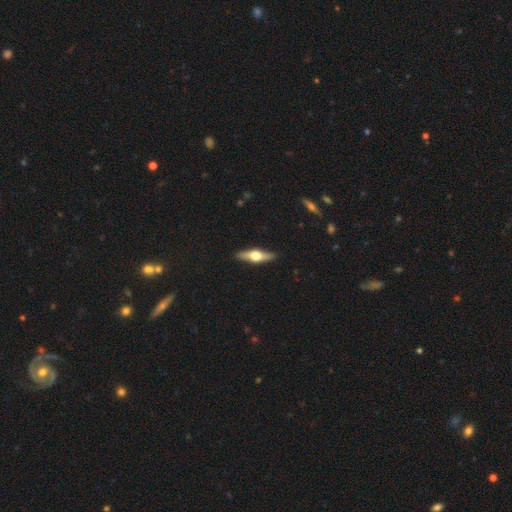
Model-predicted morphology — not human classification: The model was most divided on "smooth or featured": featured or disk: 65%, smooth: 30%, star or artifact: 5%. More confident: edge-on bulge — rounded (96%); edge-on disk — yes (96%); merging — none (90%).